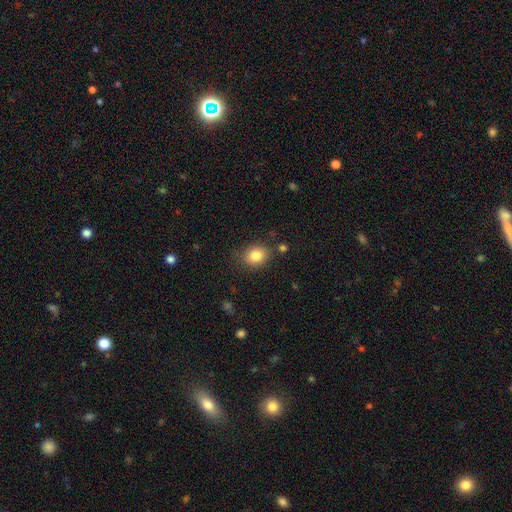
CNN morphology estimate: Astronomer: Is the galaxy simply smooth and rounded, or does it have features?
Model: smooth — 83%.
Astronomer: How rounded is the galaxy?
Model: round — 57% (runner-up: in between, 42%).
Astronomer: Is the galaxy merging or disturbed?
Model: none — 80%.